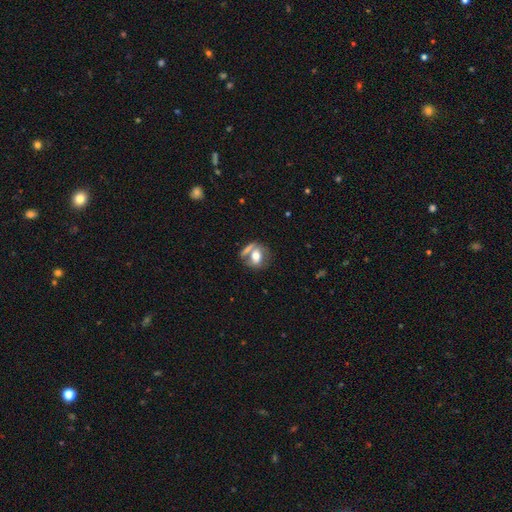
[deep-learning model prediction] smooth-or-featured: smooth: 55% | featured or disk: 36% | star or artifact: 9%
  how-rounded: round: 52% | in between: 44% | cigar-shaped: 4%
  merging: none: 48% | merger: 26% | minor disturbance: 16% | major disturbance: 10%